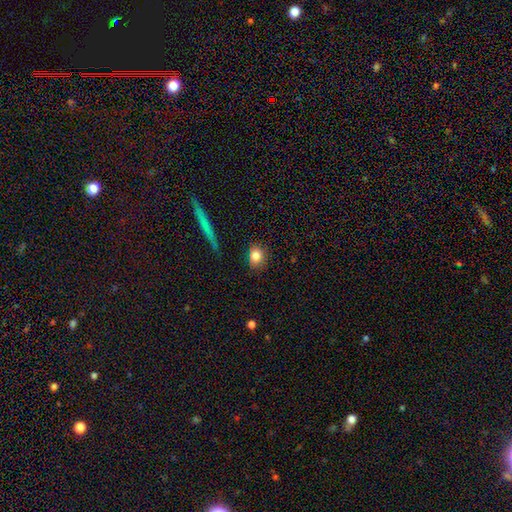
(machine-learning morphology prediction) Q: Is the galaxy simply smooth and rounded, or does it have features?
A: smooth — 82%.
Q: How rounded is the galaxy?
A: round — 69%.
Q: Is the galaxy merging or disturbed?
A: none — 85%.